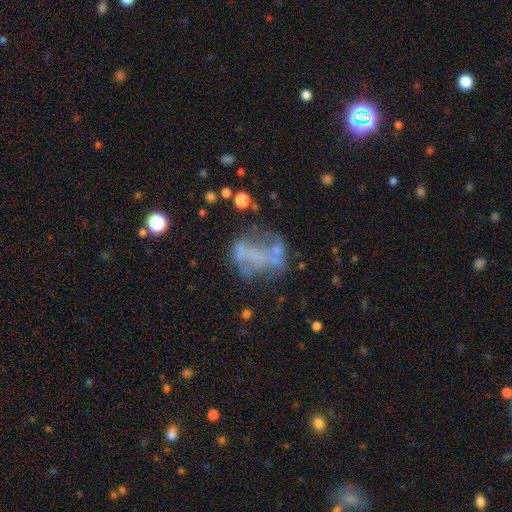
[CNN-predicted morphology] Smooth or featured? featured or disk (55%)
Edge-on disk? no (96%)
Bar? no (83%)
Spiral arms? no (87%)
Bulge size? none (79%)
Merging? none (42%)